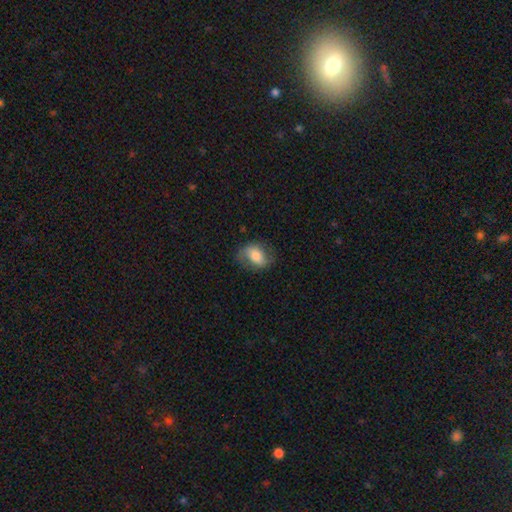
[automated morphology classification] A smooth galaxy with no disk features (57%) that is in between round and cigar-shaped (74%). Merging: none (70%).